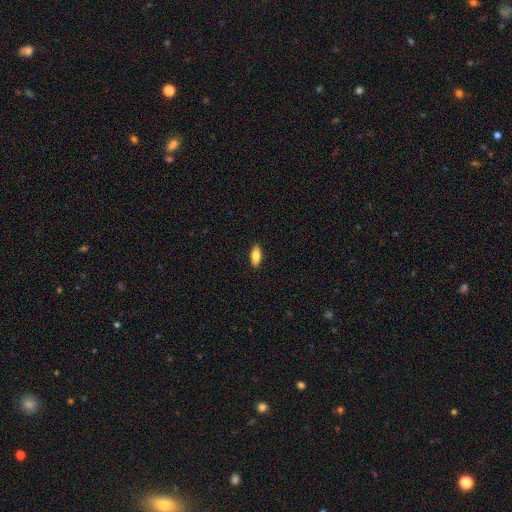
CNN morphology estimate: The model was most divided on "how rounded": in between: 83%, cigar-shaped: 15%, round: 2%. More confident: merging — none (90%); smooth or featured — smooth (84%).